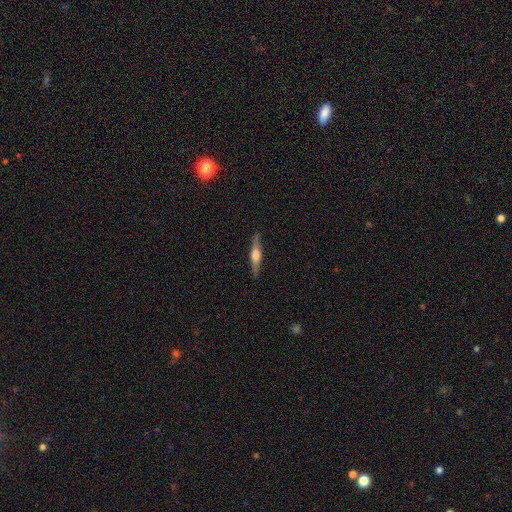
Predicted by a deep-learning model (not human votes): Smooth or featured? Predicted: featured or disk (p=0.69). Edge-on disk? Predicted: yes (p=0.97). Edge-on bulge? Predicted: rounded (p=0.87). Merging? Predicted: none (p=0.89).